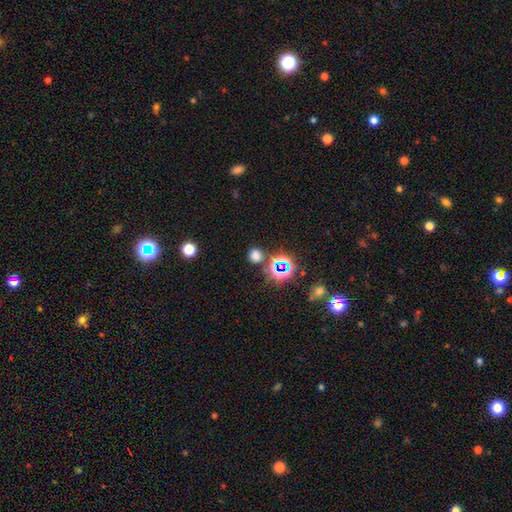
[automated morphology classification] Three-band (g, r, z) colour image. It shows a smooth galaxy with no disk features (64%) that is round (83%). Merging: none (78%).